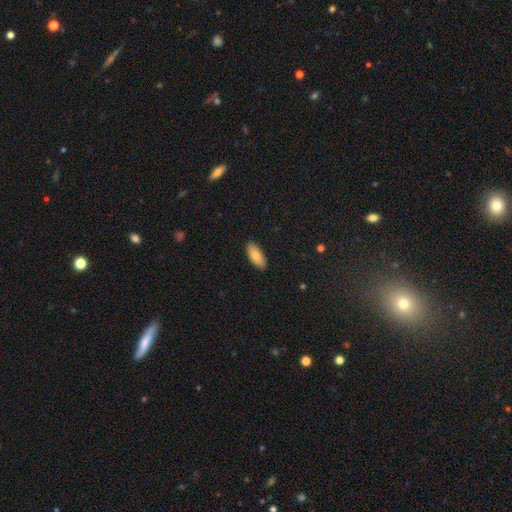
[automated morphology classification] type=smooth (80%); roundness=in between (83%); merging=none (88%).